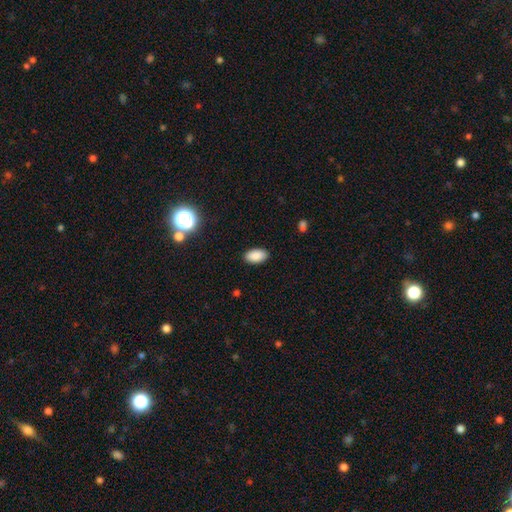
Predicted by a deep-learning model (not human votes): smooth-or-featured: smooth: 88% | star or artifact: 9% | featured or disk: 4%
  how-rounded: in between: 94% | round: 4% | cigar-shaped: 2%
  merging: none: 89% | minor disturbance: 8% | major disturbance: 2% | merger: 1%